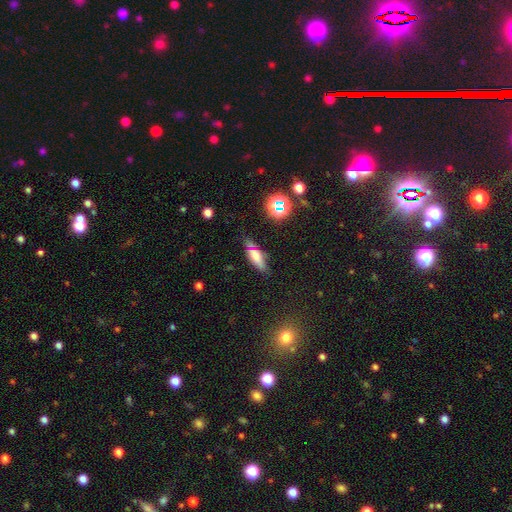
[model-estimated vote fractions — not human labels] This is likely a smooth galaxy (61%). How rounded: possibly in between (51%). Merging: likely none (67%).